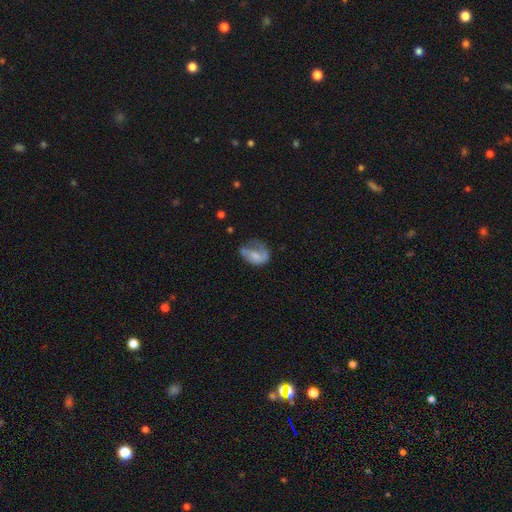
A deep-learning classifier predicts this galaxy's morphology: This is possibly a smooth galaxy (47%). Merging: marginally major disturbance (40%).